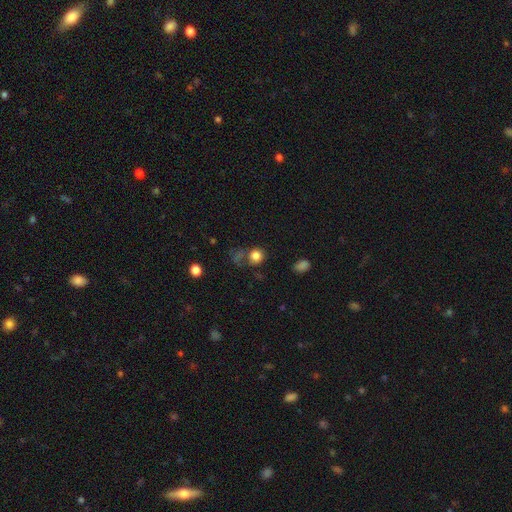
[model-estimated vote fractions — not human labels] smooth_or_featured: smooth (p=0.80) [alt: star or artifact p=0.13]
how_rounded: round (p=0.83) [alt: in between p=0.16]
merging: none (p=0.58) [alt: minor disturbance p=0.17]